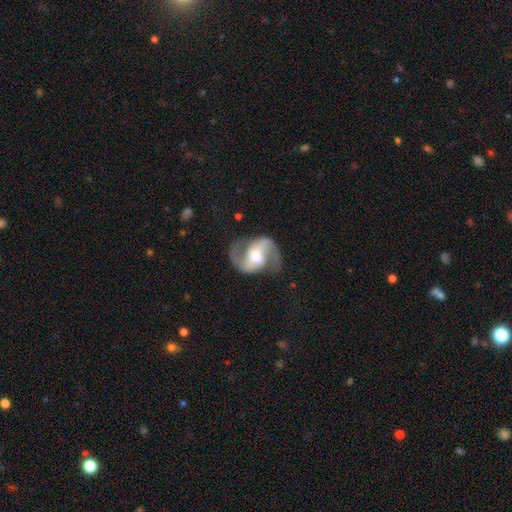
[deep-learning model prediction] A featured or disk galaxy (89%) with a weak bar (42%), 2 (94%) medium (52%) spiral arms (96%) and a moderate central bulge (58%). Merging: none (77%).